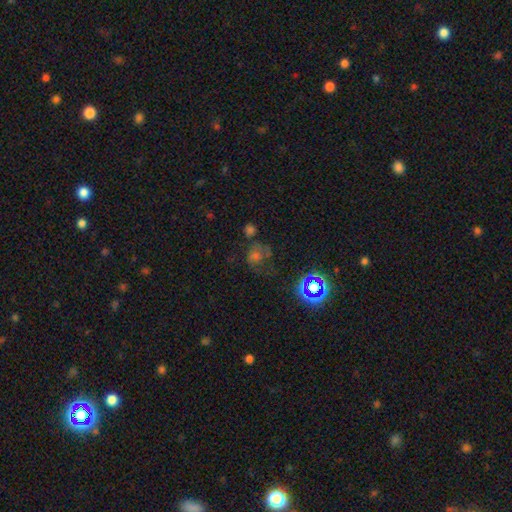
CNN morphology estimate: Smooth or featured?
  - star or artifact: 42% *
  - smooth: 34%
  - featured or disk: 24%